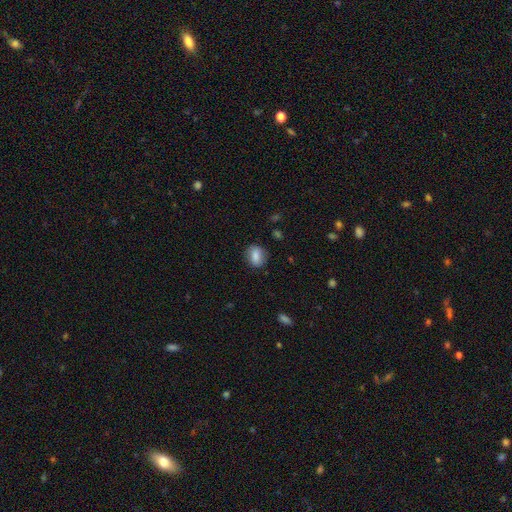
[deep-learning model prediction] A smooth galaxy with no disk features (82%) that is in between round and cigar-shaped (65%). Merging: none (83%).